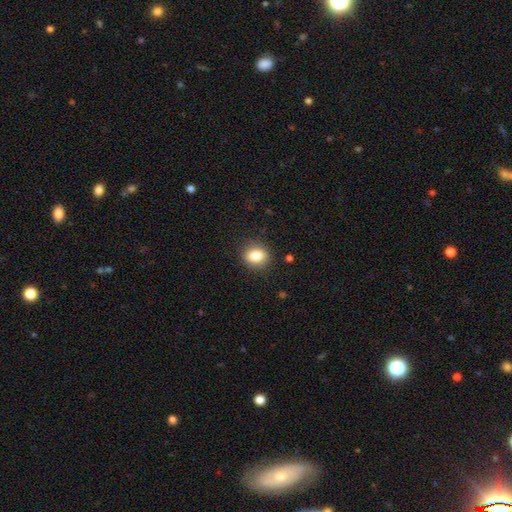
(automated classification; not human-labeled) A smooth galaxy with no disk features (85%) that is round (53%).

Vote fractions:
- Smooth or featured? smooth: 85% / star or artifact: 9% / featured or disk: 6%
- How rounded? round: 53% / in between: 46% / cigar-shaped: 1%
- Merging? none: 87% / minor disturbance: 9% / major disturbance: 3% / merger: 1%